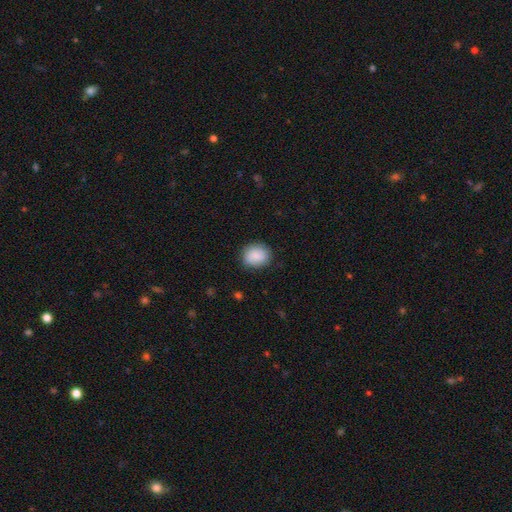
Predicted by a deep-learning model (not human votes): The model was most divided on "how rounded": round: 64%, in between: 35%, cigar-shaped: 1%. More confident: smooth or featured — smooth (86%); merging — none (84%).